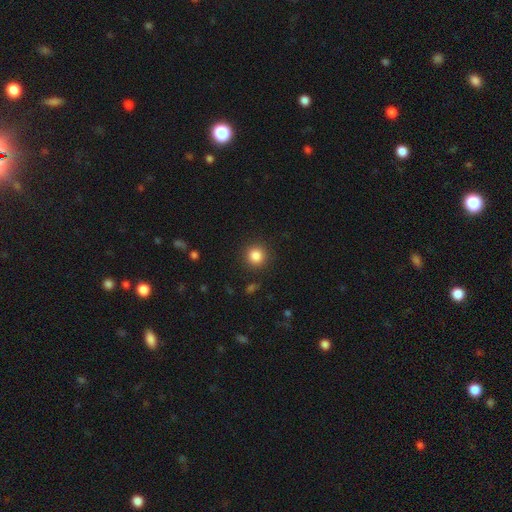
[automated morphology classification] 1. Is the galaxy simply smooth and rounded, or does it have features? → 85% smooth, 11% star or artifact, 4% featured or disk.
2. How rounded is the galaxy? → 92% round, 7% in between, 1% cigar-shaped.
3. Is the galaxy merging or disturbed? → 90% none, 6% minor disturbance, 3% major disturbance, 1% merger.